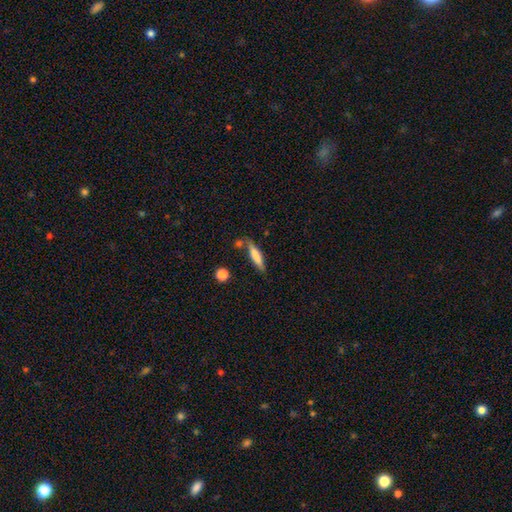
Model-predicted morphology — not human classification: type=smooth (70%); roundness=cigar-shaped (81%); merging=none (67%).